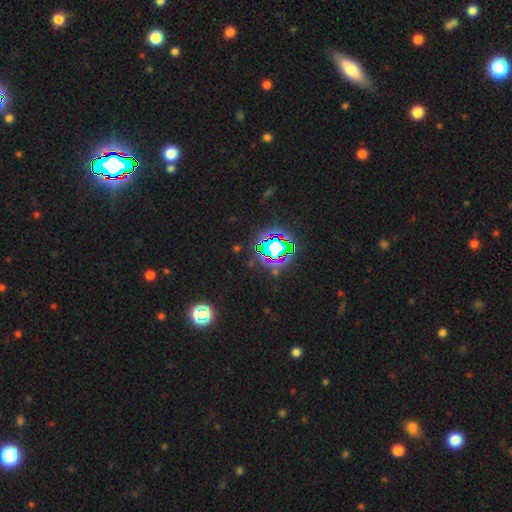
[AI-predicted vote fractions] Morphology: type=star or artifact (83%).